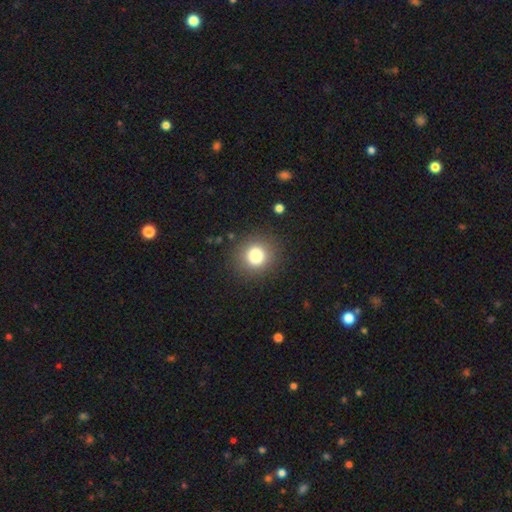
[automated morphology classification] Overall: smooth (81%). How rounded: round (90%). Merging: none (88%).